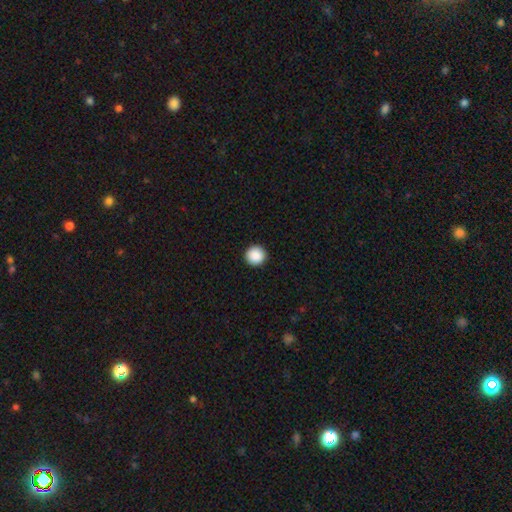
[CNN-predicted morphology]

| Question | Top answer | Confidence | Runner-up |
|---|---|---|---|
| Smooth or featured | smooth | 89% | star or artifact (8%) |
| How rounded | round | 96% | in between (3%) |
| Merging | none | 93% | minor disturbance (4%) |